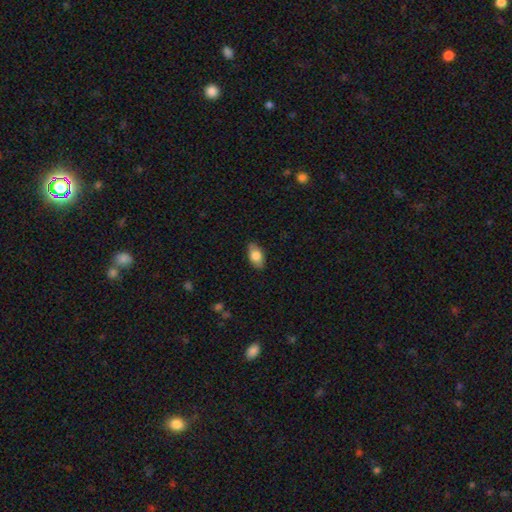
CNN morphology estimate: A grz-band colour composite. It shows a smooth galaxy with no disk features (79%) that is in between round and cigar-shaped (91%). Merging: none (84%).